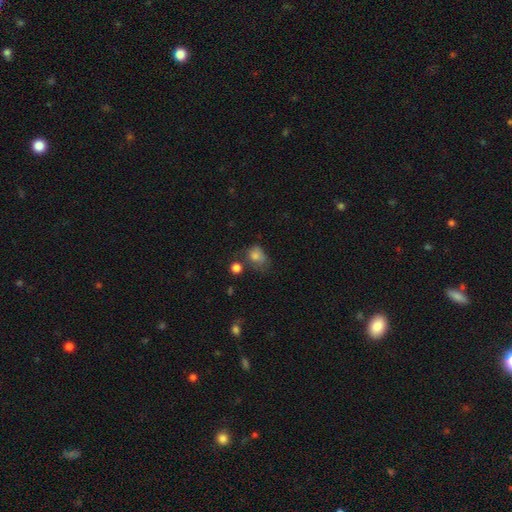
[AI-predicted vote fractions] Smooth or featured? smooth (77%)
How rounded? in between (56%)
Merging? none (35%)